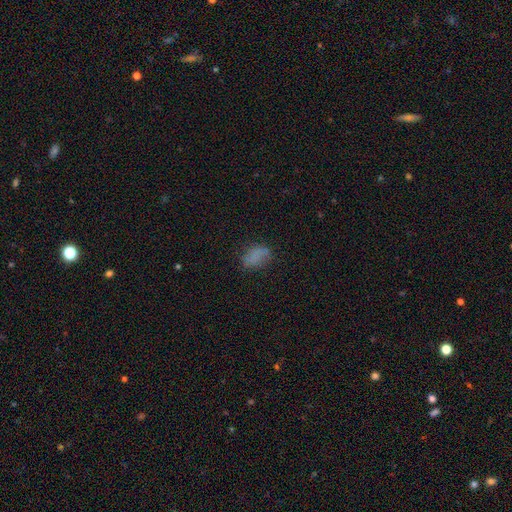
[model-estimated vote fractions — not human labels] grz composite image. It shows a smooth galaxy with no disk features (72%) that is in between round and cigar-shaped (85%). Merging: none (65%).